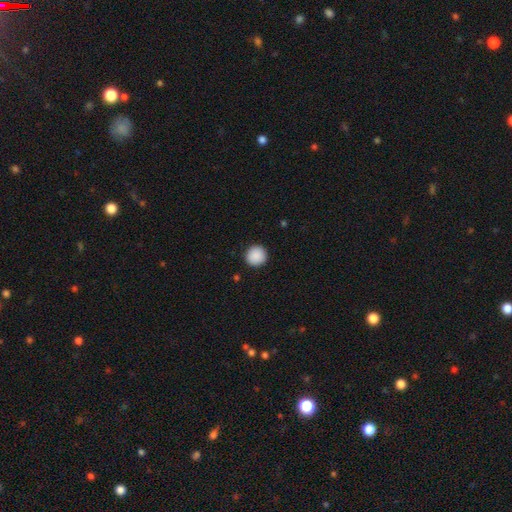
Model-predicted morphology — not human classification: This is clearly a smooth galaxy (89%). How rounded: clearly round (95%). Merging: clearly none (92%).